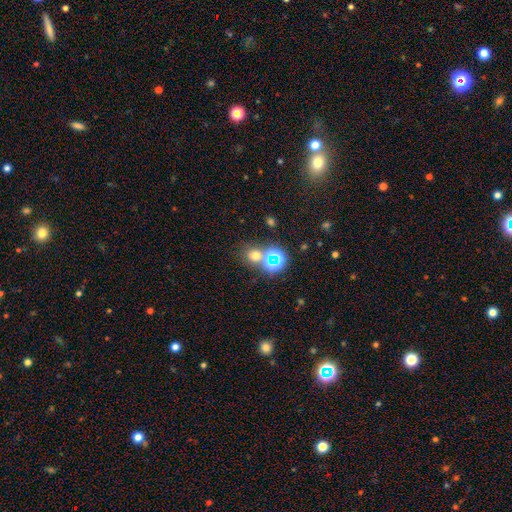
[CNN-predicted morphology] smooth 59%, star or artifact 33%, featured or disk 8%. Down the decision tree: how rounded — round (81%); merging — none (65%).